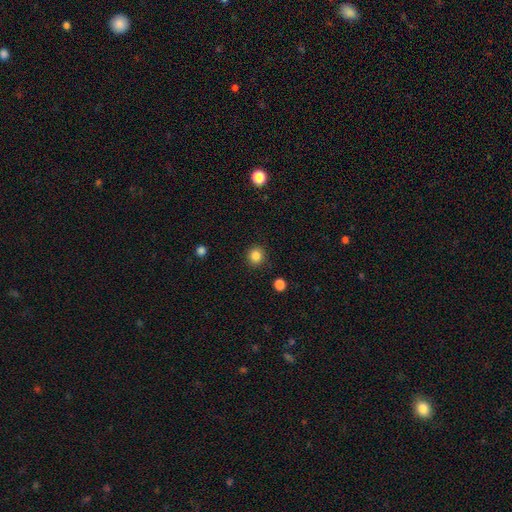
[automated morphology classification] This is clearly a smooth galaxy (84%). How rounded: clearly round (91%). Merging: clearly none (90%).